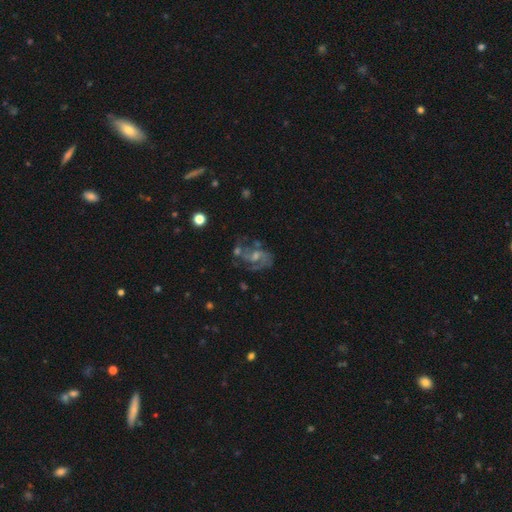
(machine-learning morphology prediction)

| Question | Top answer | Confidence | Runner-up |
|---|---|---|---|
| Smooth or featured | featured or disk | 72% | star or artifact (15%) |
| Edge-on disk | no | 97% | yes (3%) |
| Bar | no | 53% | weak (38%) |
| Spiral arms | yes | 84% | no (16%) |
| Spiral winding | medium | 50% | loose (27%) |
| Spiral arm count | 2 | 55% | can't tell (21%) |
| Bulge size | small | 46% | moderate (42%) |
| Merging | none | 50% | major disturbance (19%) |